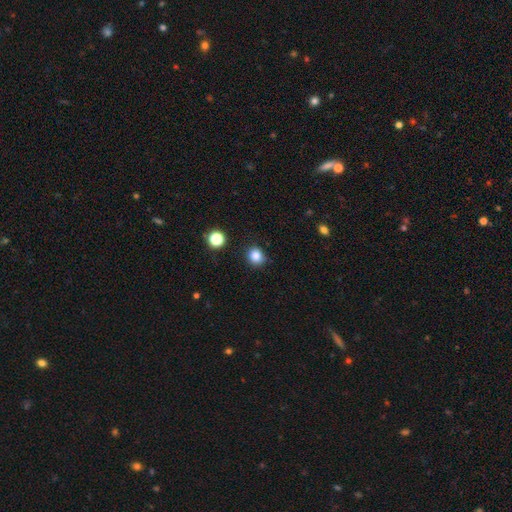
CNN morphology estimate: The model was most divided on "how rounded": round: 82%, in between: 17%, cigar-shaped: 1%. More confident: merging — none (86%); smooth or featured — smooth (84%).